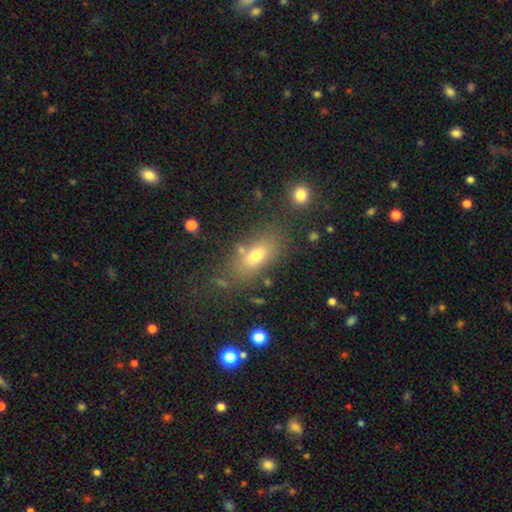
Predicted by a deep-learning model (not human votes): A smooth galaxy with no disk features (67%) that is in between round and cigar-shaped (78%). Merging: none (70%).